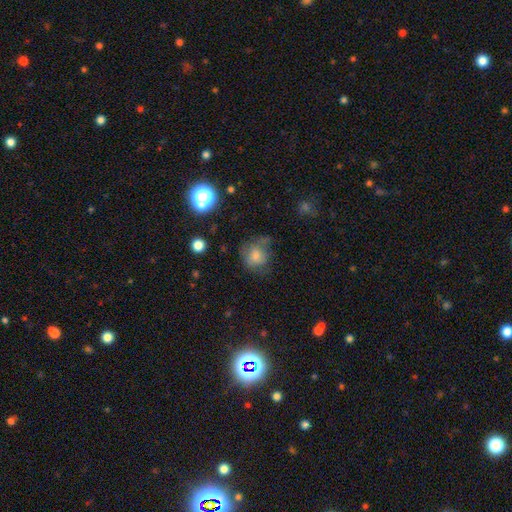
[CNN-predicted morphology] Smooth or featured?
  - smooth: 60% *
  - featured or disk: 21%
  - star or artifact: 19%
How rounded?
  - round: 79% *
  - in between: 19%
  - cigar-shaped: 1%
Merging?
  - none: 56% *
  - minor disturbance: 25%
  - major disturbance: 15%
  - merger: 3%